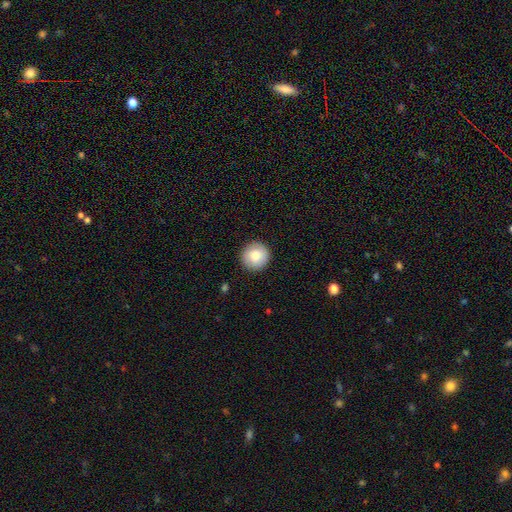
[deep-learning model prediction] Smooth or featured?
  - smooth: 83% *
  - featured or disk: 10%
  - star or artifact: 7%
How rounded?
  - round: 94% *
  - in between: 5%
  - cigar-shaped: 1%
Merging?
  - none: 90% *
  - minor disturbance: 7%
  - major disturbance: 2%
  - merger: 1%